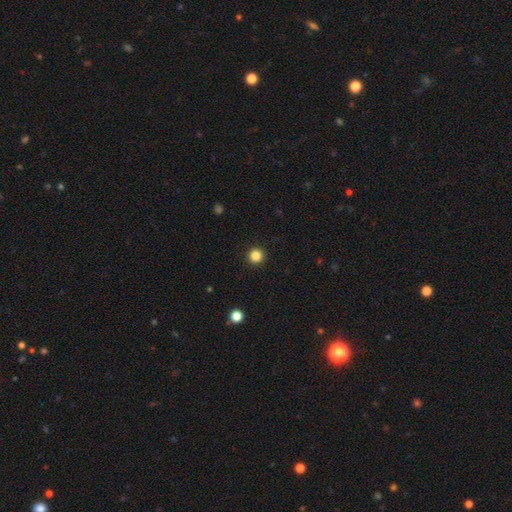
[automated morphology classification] Smooth or featured: smooth — 85% (star or artifact — 12%)
How rounded: round — 96% (in between — 3%)
Merging: none — 93% (minor disturbance — 4%)